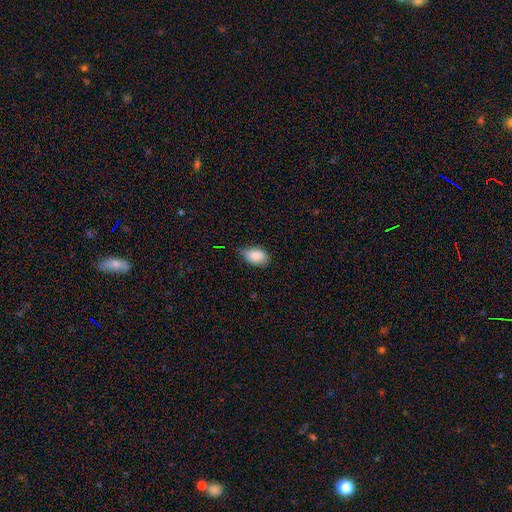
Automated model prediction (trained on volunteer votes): Overall: smooth (87%). How rounded: in between (90%). Merging: none (57%; minor disturbance 36%).